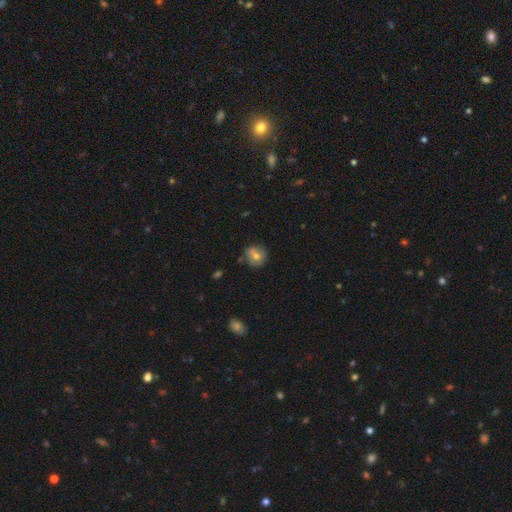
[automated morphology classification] smooth 65%, featured or disk 25%, star or artifact 10%. Down the decision tree: how rounded — round (87%); merging — none (76%).